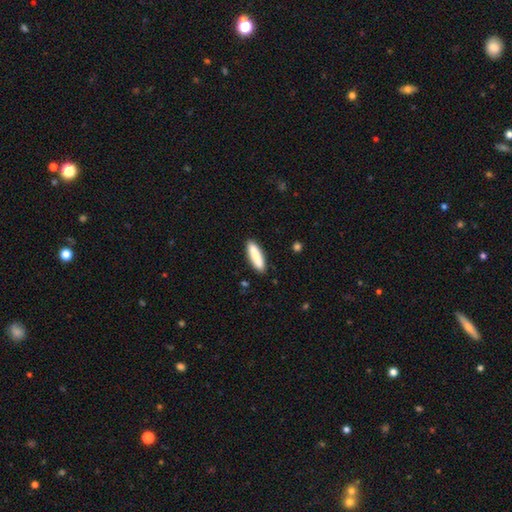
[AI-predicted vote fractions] The model was most divided on "how rounded": cigar-shaped: 71%, in between: 28%, round: 1%. More confident: merging — none (89%); smooth or featured — smooth (86%).